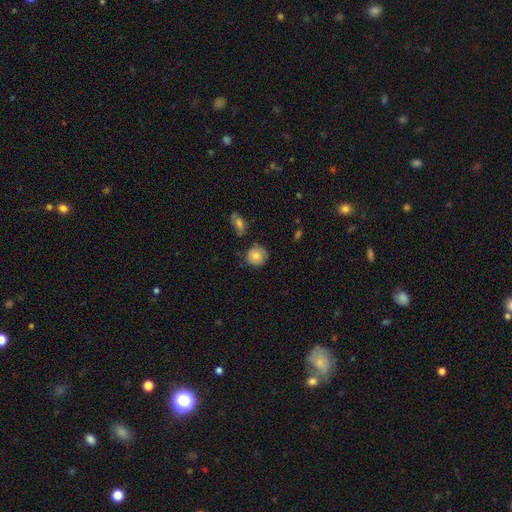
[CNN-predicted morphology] smooth_or_featured: smooth (p=0.78) [alt: featured or disk p=0.14]
how_rounded: round (p=0.90) [alt: in between p=0.09]
merging: none (p=0.76) [alt: minor disturbance p=0.17]